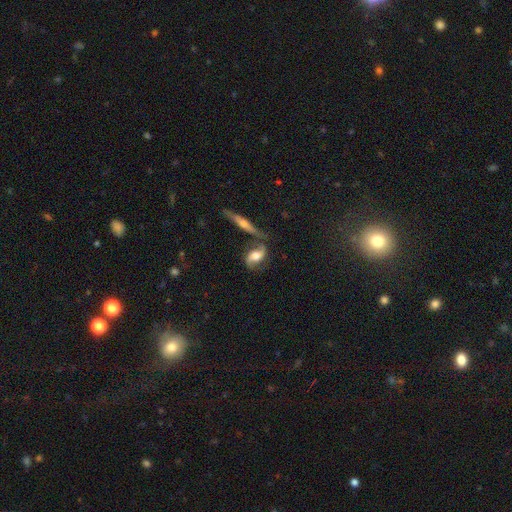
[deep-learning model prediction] Overall: featured or disk (77%). Edge-on disk: no (88%). Bar: no (46%; weak 38%). Spiral arms: yes (94%). Spiral arm count: 2 (91%). Spiral winding: loose (44%; medium 42%). Bulge size: moderate (50%; large 31%). Merging: none (59%).